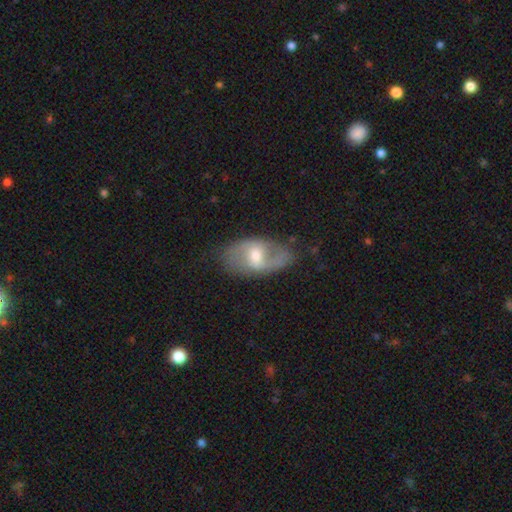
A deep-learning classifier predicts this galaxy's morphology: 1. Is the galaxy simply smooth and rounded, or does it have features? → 63% featured or disk, 31% smooth, 6% star or artifact.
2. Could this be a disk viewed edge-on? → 93% no, 7% yes.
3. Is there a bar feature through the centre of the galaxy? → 53% weak, 27% no, 20% strong.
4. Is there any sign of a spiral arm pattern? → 75% yes, 25% no.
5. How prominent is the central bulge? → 64% moderate, 24% small, 10% large, 2% none, 1% dominant.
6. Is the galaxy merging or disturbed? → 66% none, 22% minor disturbance, 10% major disturbance, 2% merger.